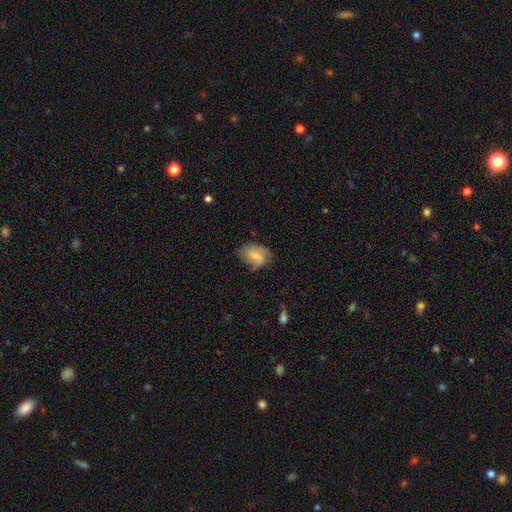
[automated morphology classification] This appears to be a smooth galaxy with no disk features (57%) that is in between round and cigar-shaped (79%). Merging: none (59%).